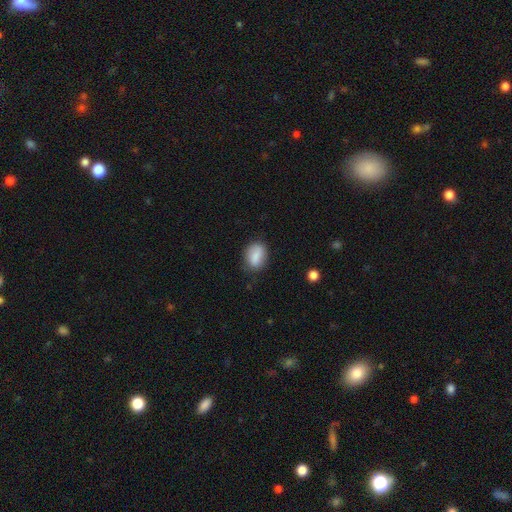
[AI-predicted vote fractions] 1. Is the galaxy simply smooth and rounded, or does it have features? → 78% smooth, 14% featured or disk, 7% star or artifact.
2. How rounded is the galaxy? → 72% in between, 26% round, 2% cigar-shaped.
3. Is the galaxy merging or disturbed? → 76% none, 18% minor disturbance, 4% major disturbance, 2% merger.